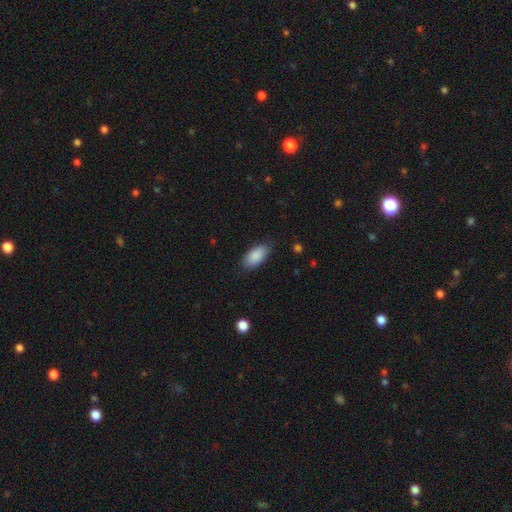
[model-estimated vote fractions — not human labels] Overall: smooth (88%). How rounded: in between (91%). Merging: none (81%).